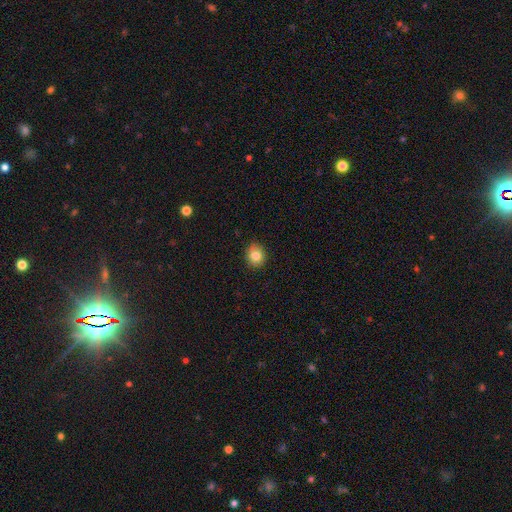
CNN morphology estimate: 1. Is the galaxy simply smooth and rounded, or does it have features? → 81% smooth, 10% star or artifact, 9% featured or disk.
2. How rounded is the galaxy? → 76% round, 23% in between, 1% cigar-shaped.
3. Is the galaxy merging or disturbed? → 88% none, 9% minor disturbance, 2% major disturbance, 1% merger.